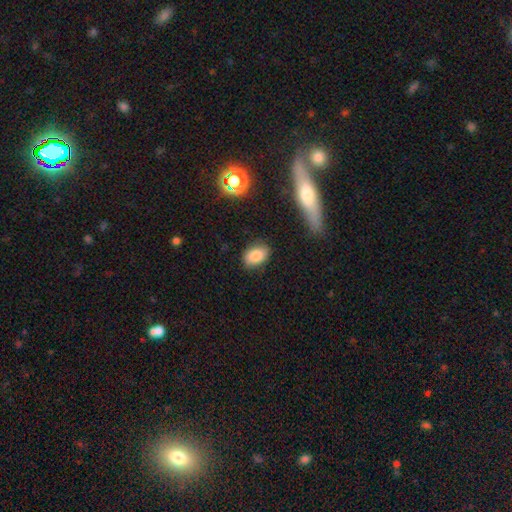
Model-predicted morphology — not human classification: Smooth or featured? smooth (85%)
How rounded? in between (85%)
Merging? none (81%)